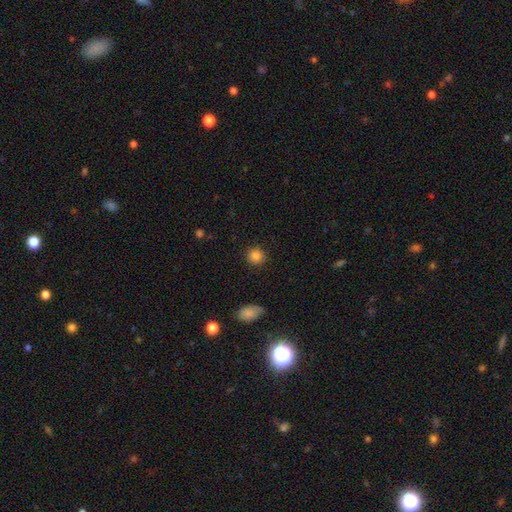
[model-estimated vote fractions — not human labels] smooth-or-featured: smooth: 85% | star or artifact: 11% | featured or disk: 5%
  how-rounded: round: 89% | in between: 10% | cigar-shaped: 1%
  merging: none: 90% | minor disturbance: 6% | major disturbance: 2% | merger: 1%